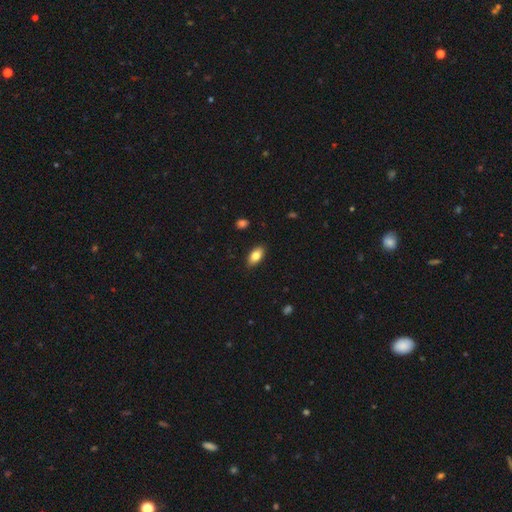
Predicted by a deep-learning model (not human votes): Smooth or featured: smooth — 82% (featured or disk — 11%)
How rounded: in between — 91% (cigar-shaped — 5%)
Merging: none — 88% (minor disturbance — 9%)